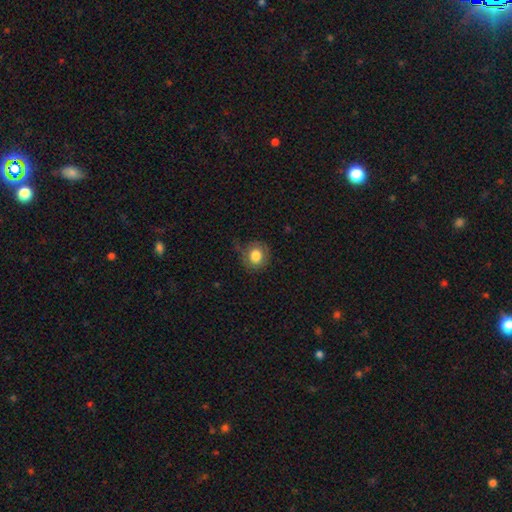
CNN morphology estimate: The model was most divided on "merging": none: 63%, minor disturbance: 24%, major disturbance: 11%, merger: 1%. More confident: how rounded — round (79%); smooth or featured — smooth (79%).